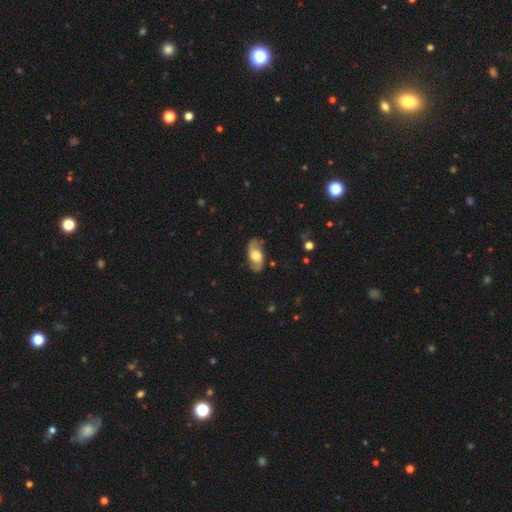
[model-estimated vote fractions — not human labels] Smooth or featured?
  - featured or disk: 60% *
  - smooth: 33%
  - star or artifact: 6%
Edge-on disk?
  - no: 90% *
  - yes: 10%
Bar?
  - no: 68% *
  - weak: 26%
  - strong: 6%
Spiral arms?
  - yes: 82% *
  - no: 18%
Bulge size?
  - large: 50% *
  - moderate: 35%
  - small: 7%
  - dominant: 5%
  - none: 3%
Merging?
  - none: 81% *
  - minor disturbance: 14%
  - major disturbance: 4%
  - merger: 1%